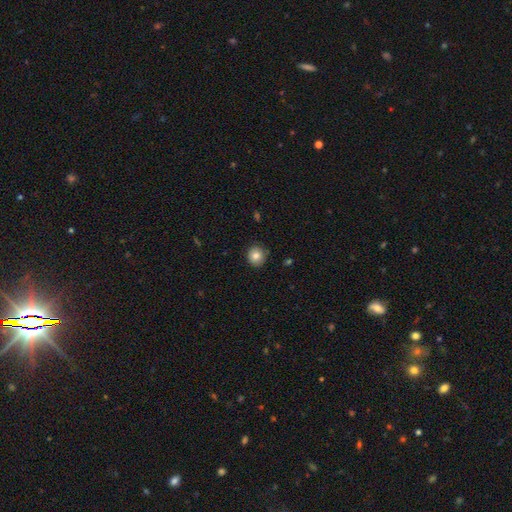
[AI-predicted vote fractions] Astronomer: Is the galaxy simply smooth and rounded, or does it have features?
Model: smooth — 82%.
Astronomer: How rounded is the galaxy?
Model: round — 86%.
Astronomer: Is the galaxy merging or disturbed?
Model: none — 85%.